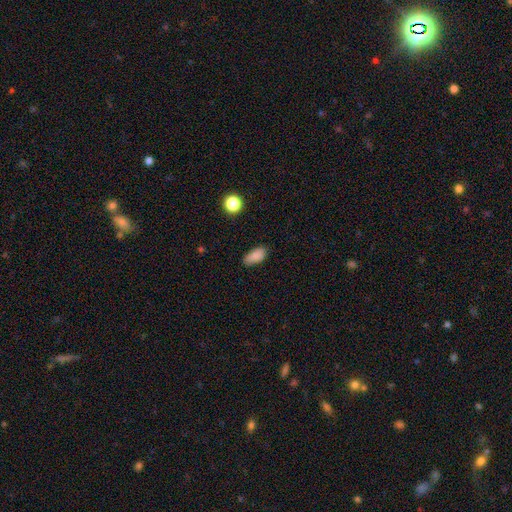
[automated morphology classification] Smooth or featured?
  - smooth: 86% *
  - star or artifact: 9%
  - featured or disk: 5%
How rounded?
  - in between: 88% *
  - cigar-shaped: 8%
  - round: 4%
Merging?
  - none: 80% *
  - minor disturbance: 16%
  - major disturbance: 3%
  - merger: 1%